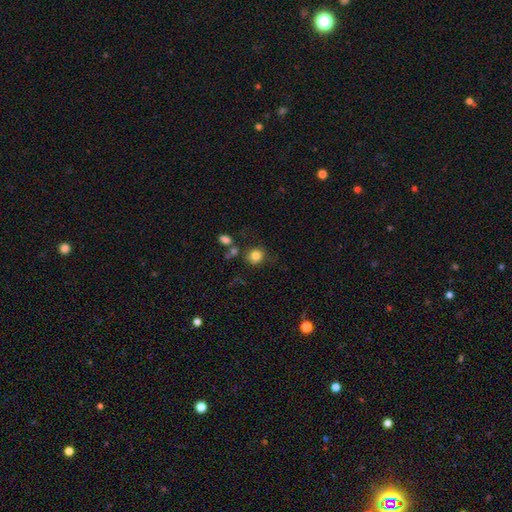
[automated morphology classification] smooth_or_featured: smooth (p=0.82) [alt: star or artifact p=0.11]
how_rounded: round (p=0.81) [alt: in between p=0.18]
merging: none (p=0.73) [alt: minor disturbance p=0.14]